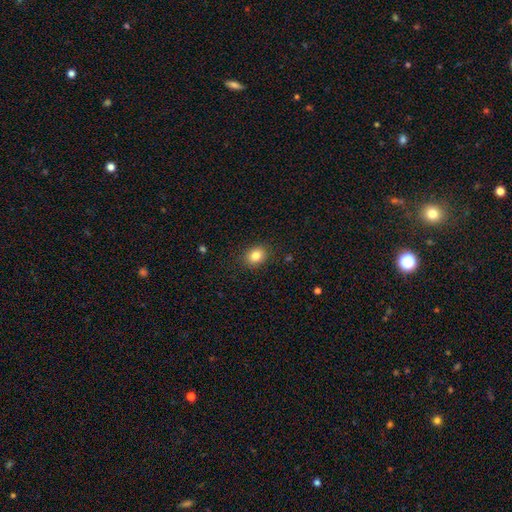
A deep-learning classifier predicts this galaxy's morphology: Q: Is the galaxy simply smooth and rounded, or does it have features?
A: smooth — 84%.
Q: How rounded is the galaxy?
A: in between — 53%.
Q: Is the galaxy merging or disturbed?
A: none — 87%.